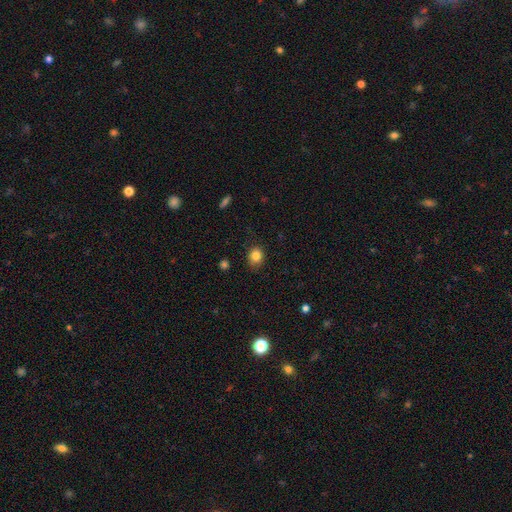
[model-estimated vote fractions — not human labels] Morphology: type=smooth (83%); roundness=round (68%); merging=none (84%).